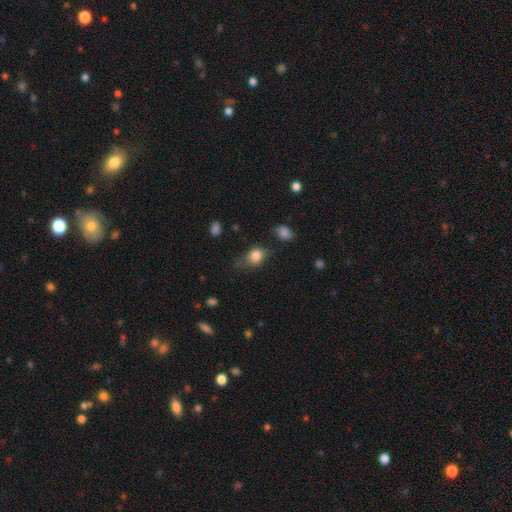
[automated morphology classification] smooth-or-featured: smooth: 80% | featured or disk: 10% | star or artifact: 10%
  how-rounded: in between: 60% | round: 38% | cigar-shaped: 2%
  merging: none: 48% | minor disturbance: 33% | major disturbance: 16% | merger: 3%